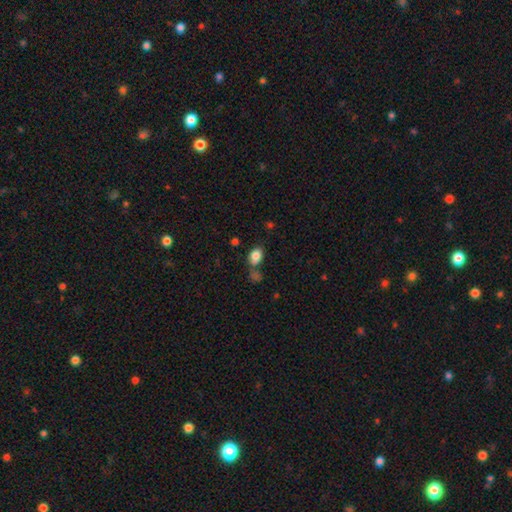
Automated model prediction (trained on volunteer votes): Q: Smooth or featured?
A: smooth (83%); runner-up: star or artifact (10%)
Q: How rounded?
A: in between (74%); runner-up: round (25%)
Q: Merging?
A: none (56%); runner-up: merger (21%)